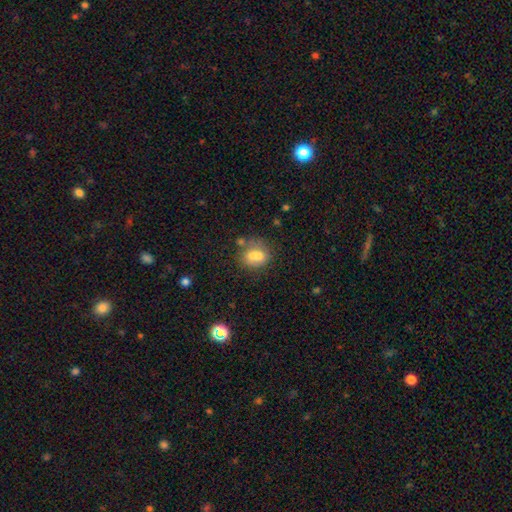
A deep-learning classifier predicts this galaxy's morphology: smooth 67%, featured or disk 22%, star or artifact 11%. Down the decision tree: how rounded — round (58%); merging — merger (43%).